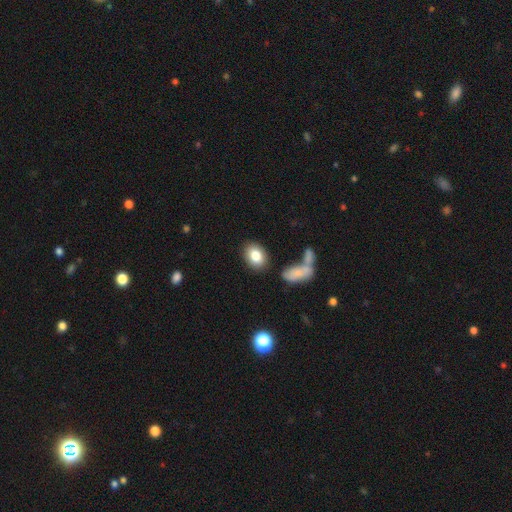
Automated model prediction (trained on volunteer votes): Q: Smooth or featured?
A: smooth (82%); runner-up: featured or disk (10%)
Q: How rounded?
A: in between (74%); runner-up: round (25%)
Q: Merging?
A: none (80%); runner-up: minor disturbance (11%)